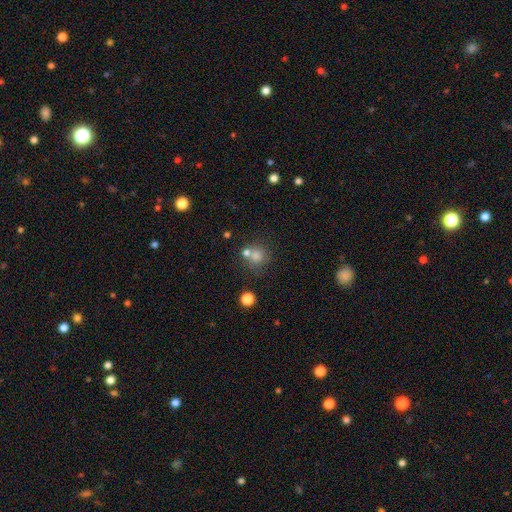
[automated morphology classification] Smooth or featured?
  - smooth: 72% *
  - star or artifact: 18%
  - featured or disk: 11%
How rounded?
  - round: 87% *
  - in between: 12%
  - cigar-shaped: 1%
Merging?
  - none: 61% *
  - merger: 25%
  - minor disturbance: 10%
  - major disturbance: 5%